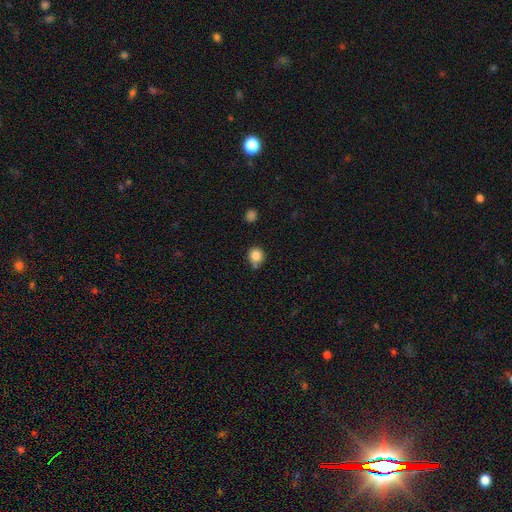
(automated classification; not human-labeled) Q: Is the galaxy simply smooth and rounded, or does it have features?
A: smooth — 84%.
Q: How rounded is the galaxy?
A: round — 89%.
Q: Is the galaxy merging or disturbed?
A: none — 68%.